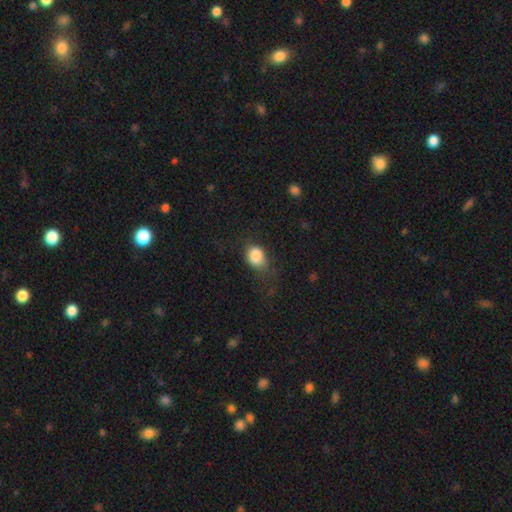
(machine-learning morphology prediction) Overall: smooth (84%). How rounded: in between (59%; round 40%). Merging: none (56%; minor disturbance 27%).